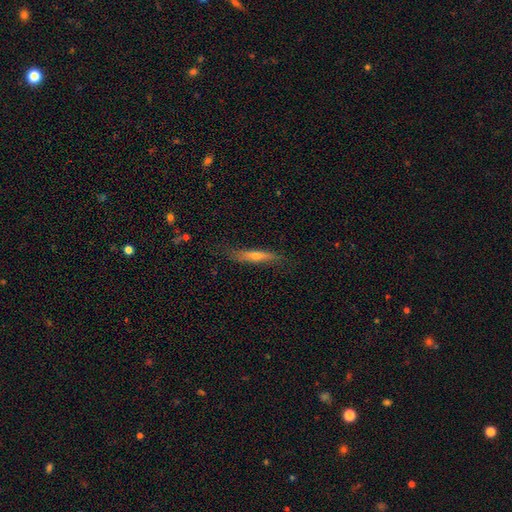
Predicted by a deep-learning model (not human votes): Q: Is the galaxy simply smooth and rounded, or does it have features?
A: featured or disk — 56%.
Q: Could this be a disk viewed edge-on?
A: yes — 88%.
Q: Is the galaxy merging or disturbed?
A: none — 79%.